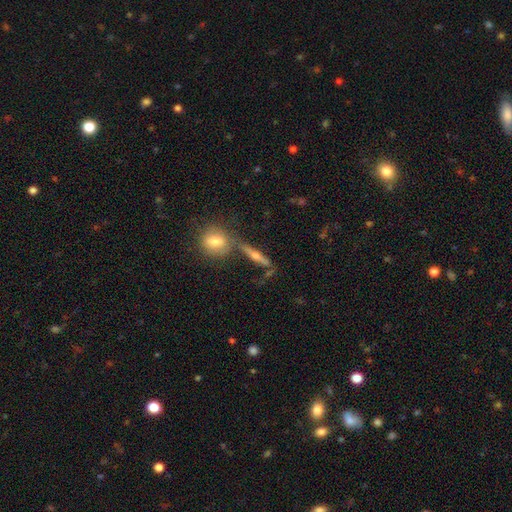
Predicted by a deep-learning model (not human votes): Smooth or featured? featured or disk (54%)
Edge-on disk? yes (90%)
Merging? none (67%)